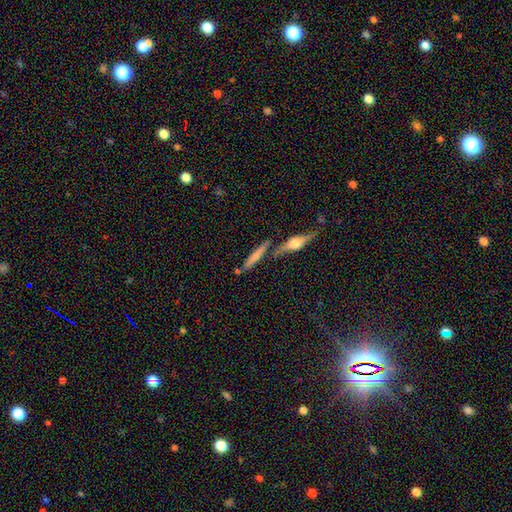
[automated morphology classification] Q: Smooth or featured?
A: smooth (53%); runner-up: featured or disk (39%)
Q: How rounded?
A: cigar-shaped (88%); runner-up: in between (10%)
Q: Merging?
A: none (68%); runner-up: merger (17%)